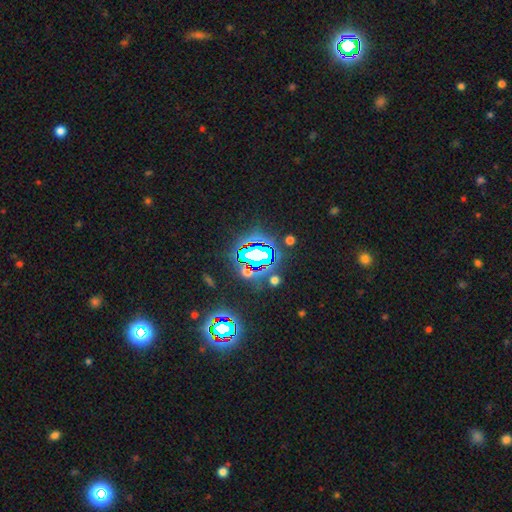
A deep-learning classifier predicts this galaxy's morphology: A star or artifact, not a galaxy (68%).

Vote fractions:
- Smooth or featured? star or artifact: 68% / smooth: 18% / featured or disk: 14%